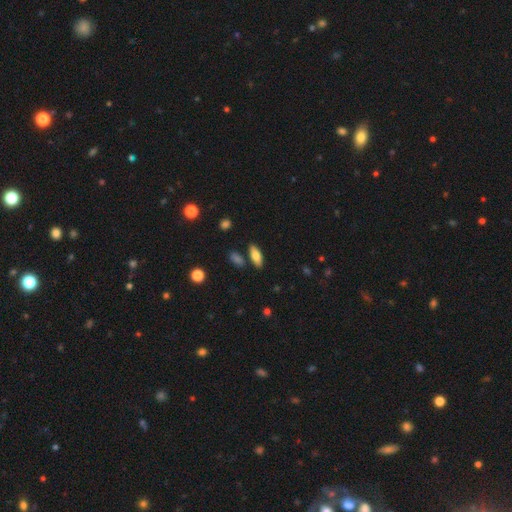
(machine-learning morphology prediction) A smooth galaxy with no disk features (76%) that is in between round and cigar-shaped (72%). Merging: none (82%).